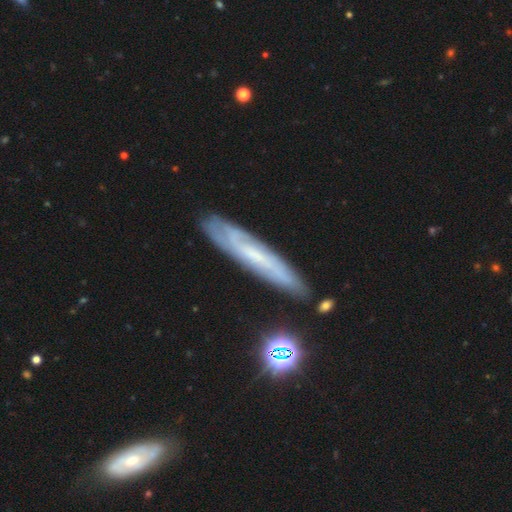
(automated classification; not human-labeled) Overall: featured or disk (61%; smooth 30%). Edge-on disk: yes (53%; no 47%). Merging: none (79%).